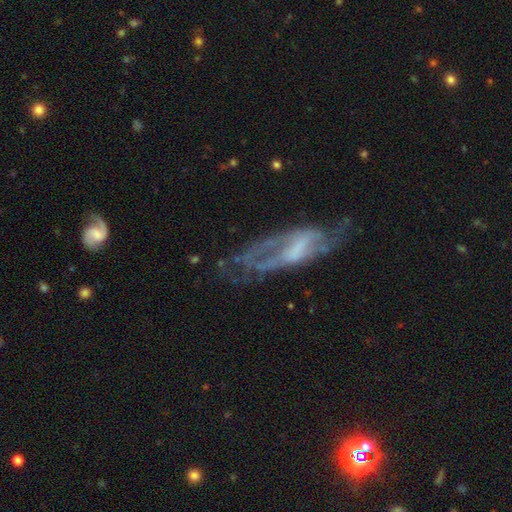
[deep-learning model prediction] Smooth or featured? Predicted: featured or disk (p=0.71). Edge-on disk? Predicted: no (p=0.80). Bar? Predicted: no (p=0.39). Spiral arms? Predicted: yes (p=0.63). Bulge size? Predicted: none (p=0.41). Merging? Predicted: none (p=0.48).